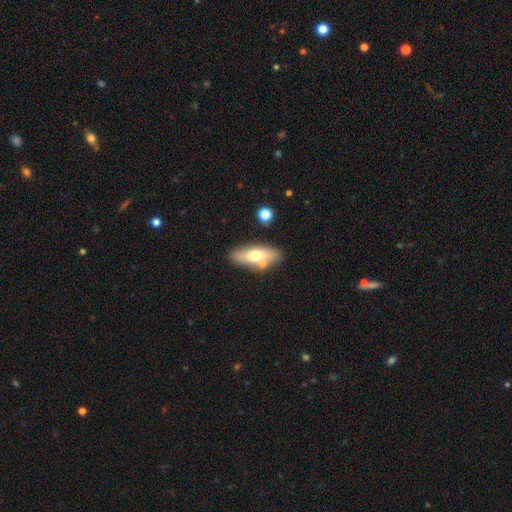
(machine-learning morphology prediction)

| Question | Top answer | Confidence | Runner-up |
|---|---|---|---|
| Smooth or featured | smooth | 62% | featured or disk (31%) |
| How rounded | in between | 68% | cigar-shaped (29%) |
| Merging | none | 73% | minor disturbance (13%) |